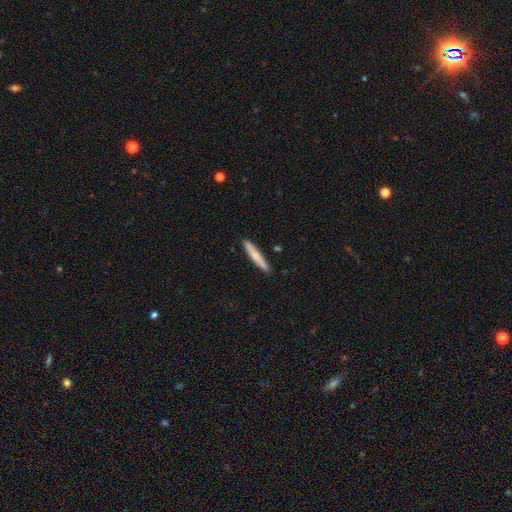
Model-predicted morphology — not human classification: Q: Smooth or featured?
A: smooth (67%); runner-up: featured or disk (28%)
Q: How rounded?
A: cigar-shaped (94%); runner-up: in between (5%)
Q: Merging?
A: none (90%); runner-up: minor disturbance (7%)